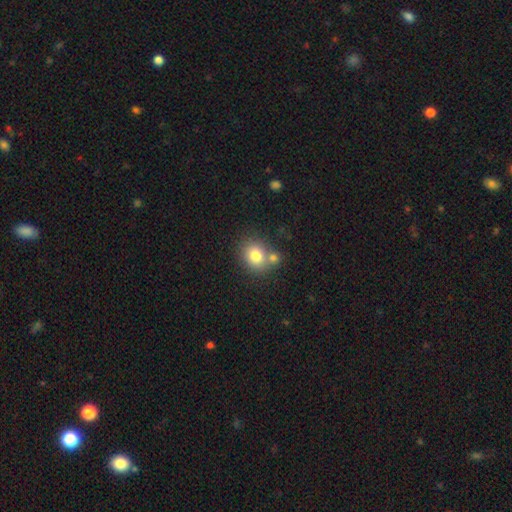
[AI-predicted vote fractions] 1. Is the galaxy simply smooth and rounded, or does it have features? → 79% smooth, 11% featured or disk, 10% star or artifact.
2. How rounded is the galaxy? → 66% round, 33% in between, 1% cigar-shaped.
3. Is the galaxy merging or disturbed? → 56% none, 29% merger, 11% minor disturbance, 4% major disturbance.